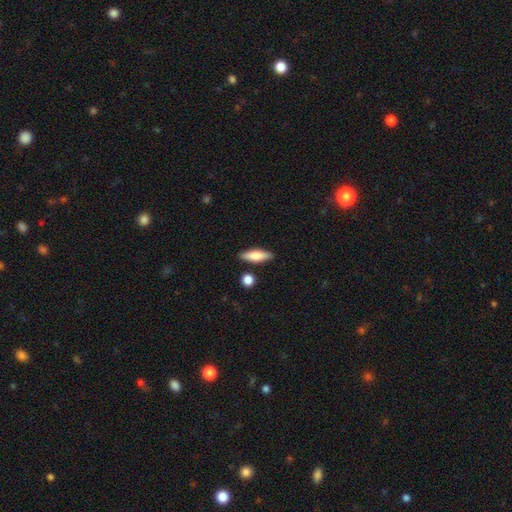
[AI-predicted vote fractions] This is likely a smooth galaxy (74%). How rounded: possibly cigar-shaped (53%). Merging: clearly none (85%).